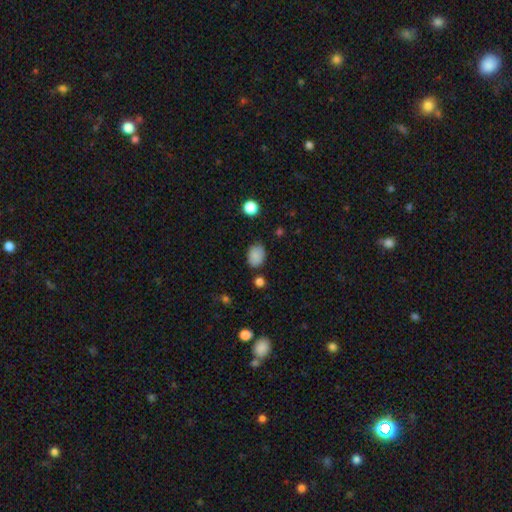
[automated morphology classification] Smooth or featured? Predicted: smooth (p=0.85). How rounded? Predicted: in between (p=0.72). Merging? Predicted: none (p=0.75).